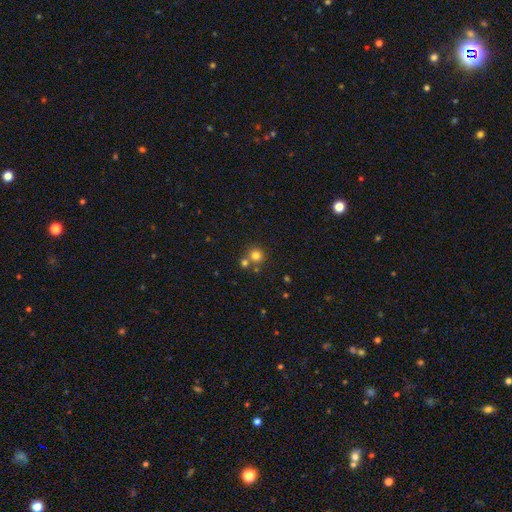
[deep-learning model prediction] Morphology: type=smooth (78%); roundness=round (92%); merging=none (62%).